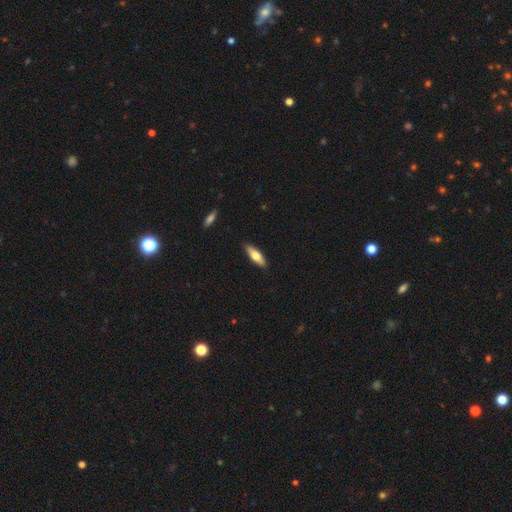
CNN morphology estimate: This is possibly a smooth galaxy (57%). How rounded: possibly cigar-shaped (57%). Merging: clearly none (89%).